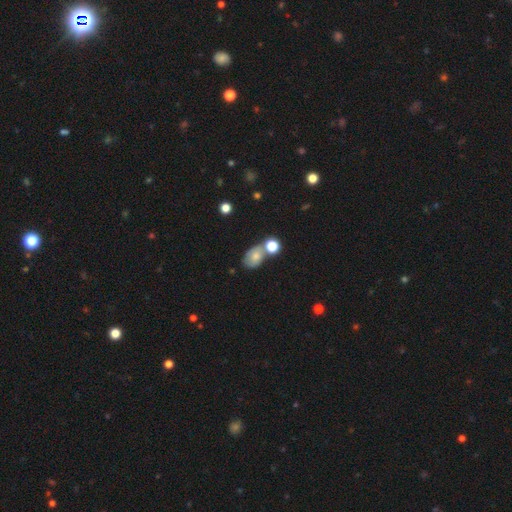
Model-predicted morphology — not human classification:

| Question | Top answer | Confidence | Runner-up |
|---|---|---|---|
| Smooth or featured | smooth | 69% | featured or disk (20%) |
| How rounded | in between | 74% | round (24%) |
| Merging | none | 45% | merger (30%) |